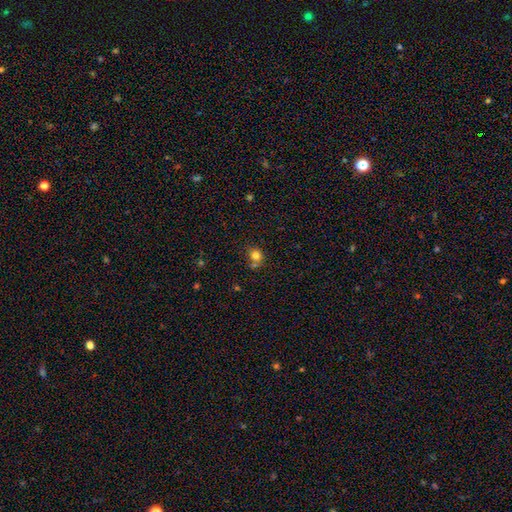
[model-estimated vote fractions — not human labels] smooth 80%, star or artifact 13%, featured or disk 7%. Down the decision tree: how rounded — round (81%); merging — none (65%).